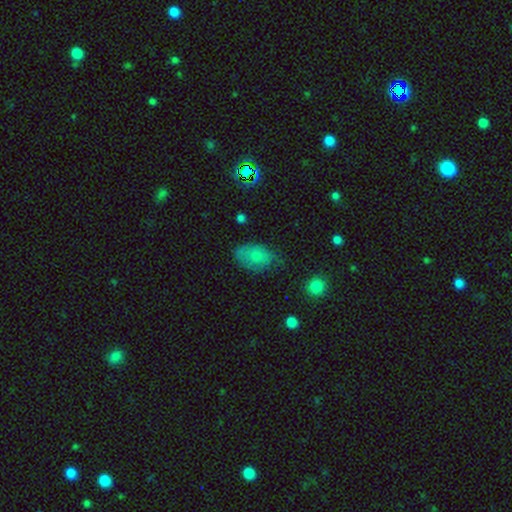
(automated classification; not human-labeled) smooth_or_featured: smooth (p=0.73) [alt: featured or disk p=0.16]
how_rounded: in between (p=0.86) [alt: round p=0.13]
merging: none (p=0.59) [alt: minor disturbance p=0.31]